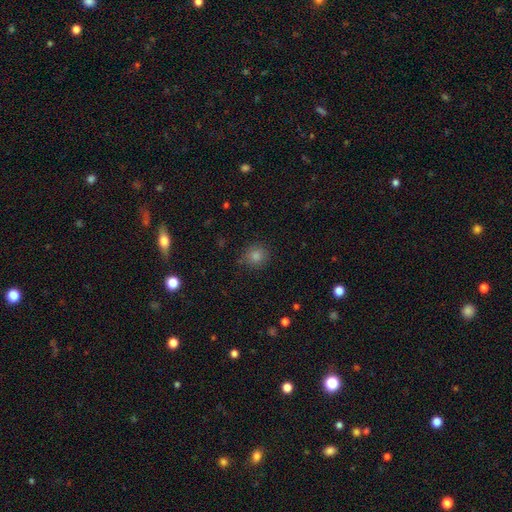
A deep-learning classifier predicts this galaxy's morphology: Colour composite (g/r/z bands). It shows a smooth galaxy with no disk features (78%) that is round (87%). Merging: none (87%).